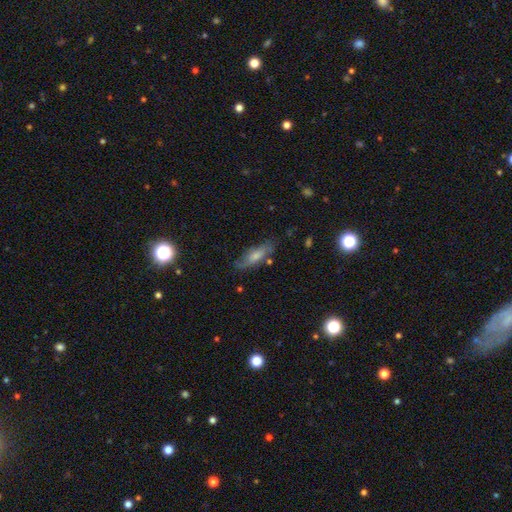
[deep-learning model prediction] Smooth or featured? featured or disk (45%)
Merging? none (74%)